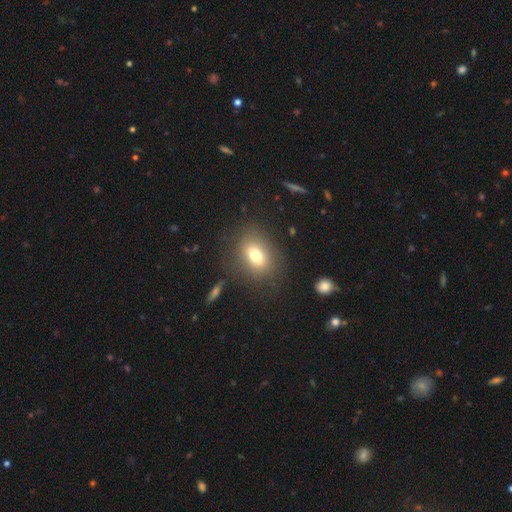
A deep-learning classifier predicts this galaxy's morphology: Smooth or featured? smooth (72%)
How rounded? in between (64%)
Merging? none (80%)